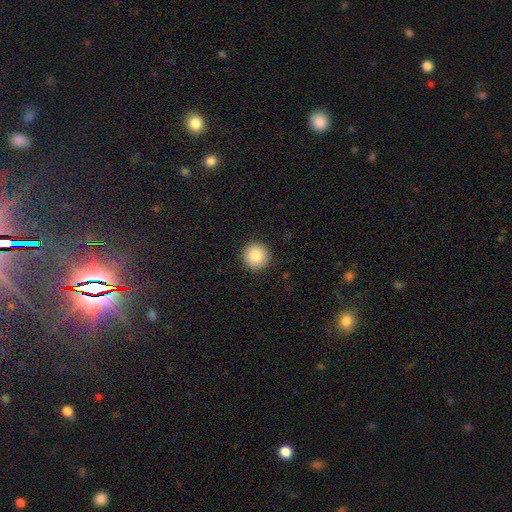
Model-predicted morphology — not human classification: smooth 85%, star or artifact 9%, featured or disk 6%. Down the decision tree: how rounded — round (96%); merging — none (93%).